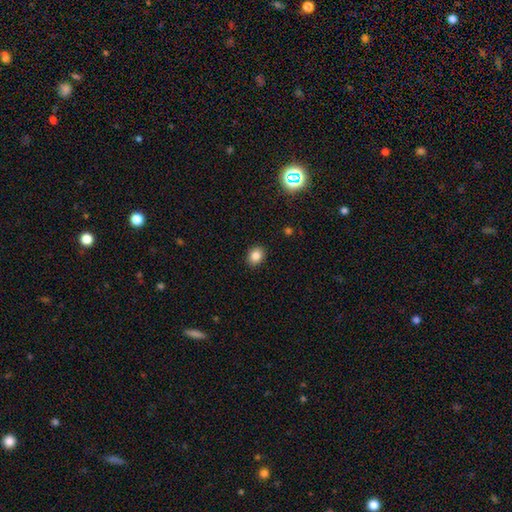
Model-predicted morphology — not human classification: Smooth or featured? Predicted: smooth (p=0.84). How rounded? Predicted: in between (p=0.51). Merging? Predicted: none (p=0.90).